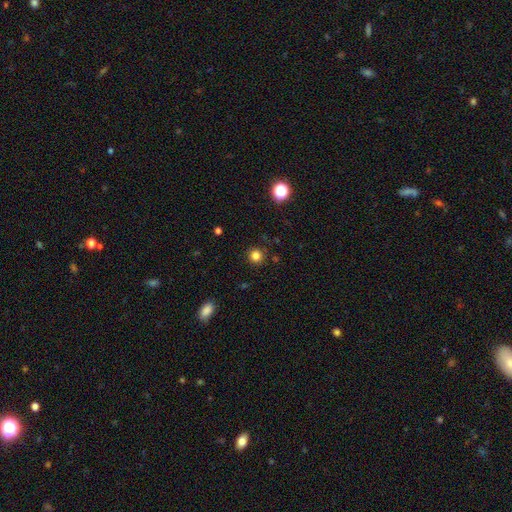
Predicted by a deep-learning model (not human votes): smooth 82%, star or artifact 14%, featured or disk 4%. Down the decision tree: how rounded — round (94%); merging — none (90%).